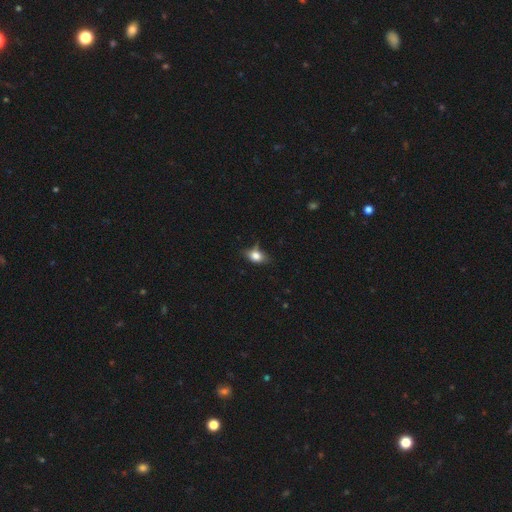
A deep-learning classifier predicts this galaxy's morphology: This appears to be a smooth galaxy with no disk features (77%) that is in between round and cigar-shaped (77%). Merging: none (62%).